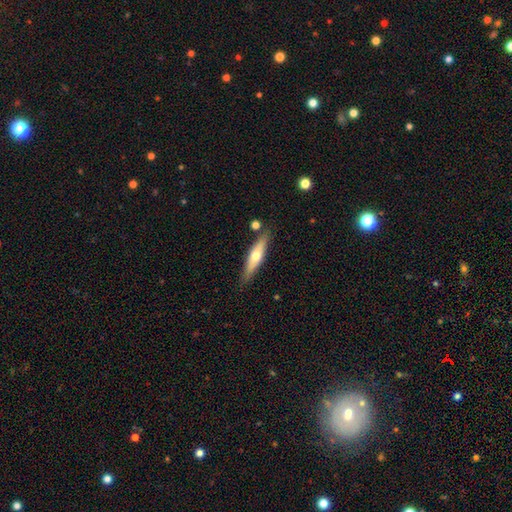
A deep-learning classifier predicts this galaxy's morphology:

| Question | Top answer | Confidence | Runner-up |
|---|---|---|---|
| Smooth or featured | smooth | 47% | tied: featured or disk (47%) |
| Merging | none | 81% | minor disturbance (12%) |